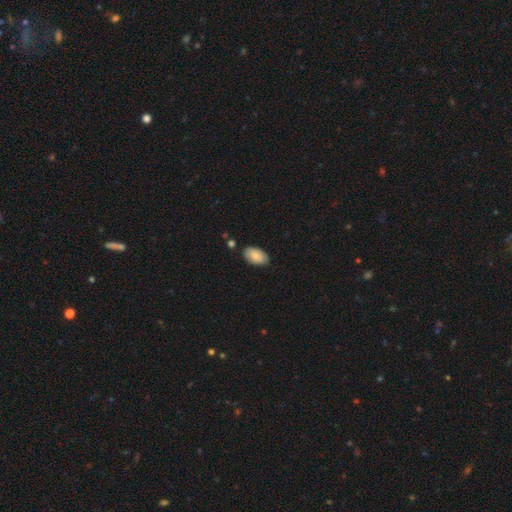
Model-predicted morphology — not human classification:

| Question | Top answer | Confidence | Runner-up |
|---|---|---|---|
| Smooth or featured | smooth | 81% | featured or disk (13%) |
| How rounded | in between | 95% | round (4%) |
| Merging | none | 81% | minor disturbance (14%) |